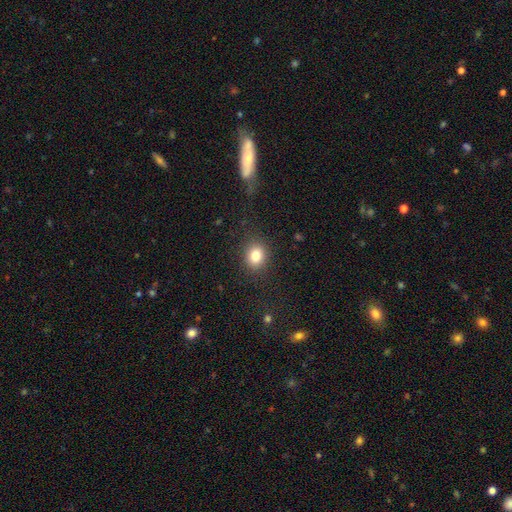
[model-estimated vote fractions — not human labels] Overall: smooth (82%). How rounded: round (60%; in between 39%). Merging: none (86%).